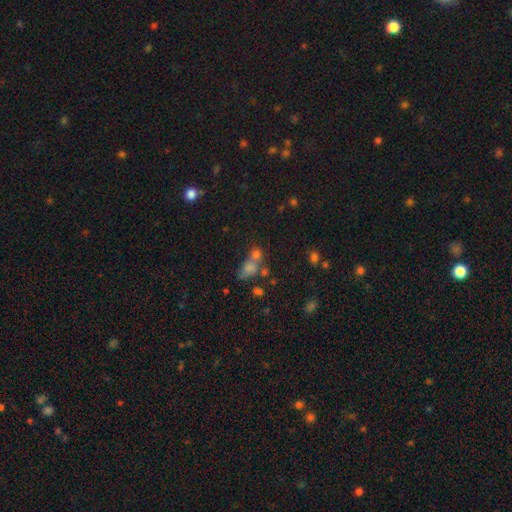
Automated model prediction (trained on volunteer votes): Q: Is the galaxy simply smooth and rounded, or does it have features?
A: smooth — 61%.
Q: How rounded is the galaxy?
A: in between — 53%.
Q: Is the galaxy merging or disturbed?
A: merger — 47%.